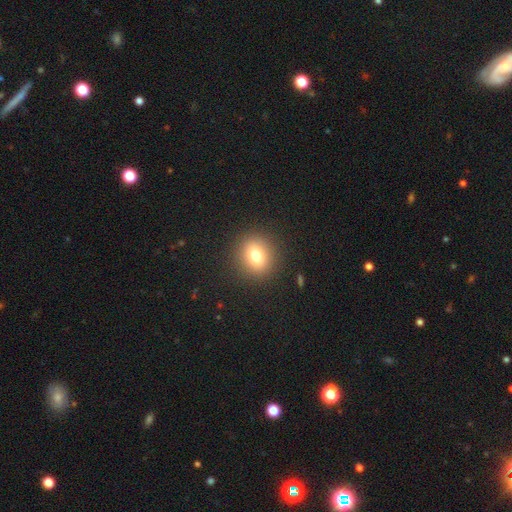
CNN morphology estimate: Smooth or featured?
  - smooth: 77% *
  - star or artifact: 12%
  - featured or disk: 11%
How rounded?
  - round: 77% *
  - in between: 22%
  - cigar-shaped: 1%
Merging?
  - none: 90% *
  - minor disturbance: 6%
  - major disturbance: 3%
  - merger: 1%